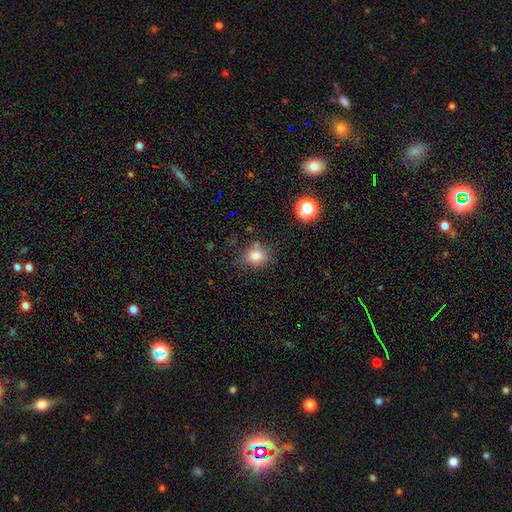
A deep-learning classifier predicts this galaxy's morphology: This is likely a smooth galaxy (80%). How rounded: possibly round (52%). Merging: likely none (74%).